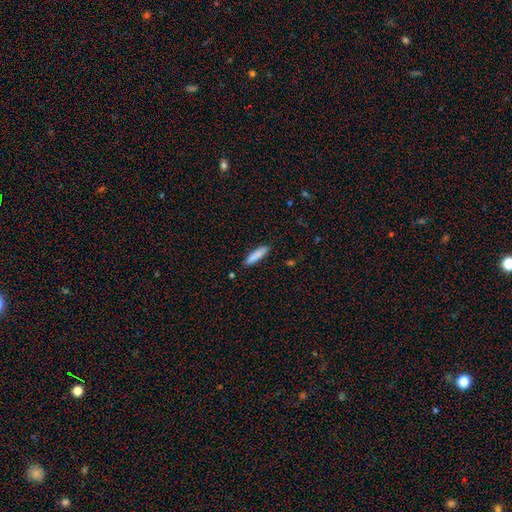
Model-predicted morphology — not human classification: Smooth or featured? smooth (86%)
How rounded? cigar-shaped (75%)
Merging? none (86%)